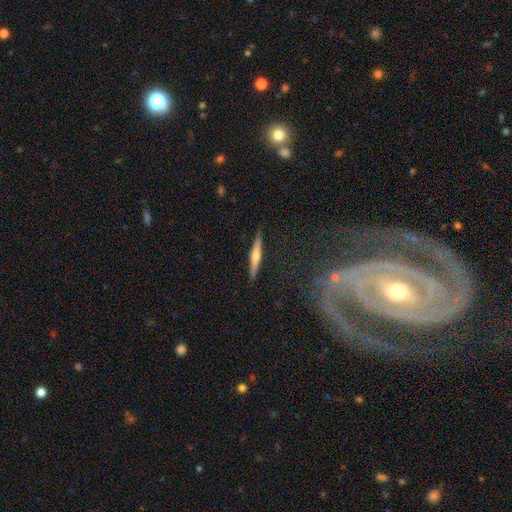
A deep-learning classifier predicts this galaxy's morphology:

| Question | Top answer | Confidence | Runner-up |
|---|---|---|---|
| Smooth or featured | featured or disk | 52% | smooth (41%) |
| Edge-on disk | yes | 96% | no (4%) |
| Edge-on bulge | rounded | 74% | none (19%) |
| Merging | none | 90% | minor disturbance (8%) |